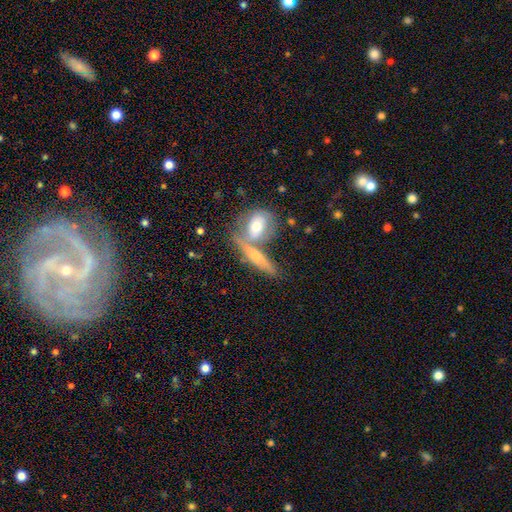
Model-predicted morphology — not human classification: This is possibly a featured or disk galaxy (49%). Merging: marginally none (44%).